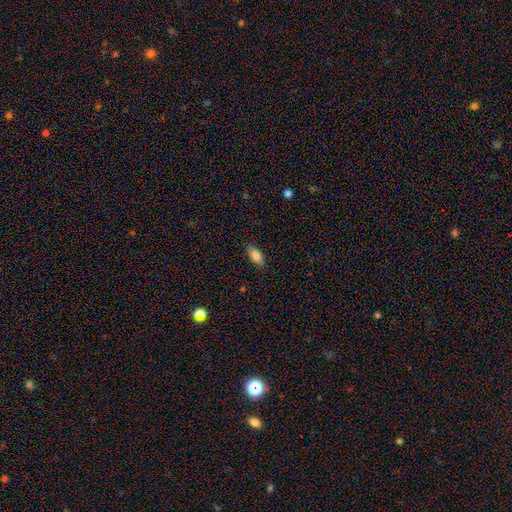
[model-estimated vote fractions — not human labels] Smooth or featured? Predicted: smooth (p=0.84). How rounded? Predicted: in between (p=0.86). Merging? Predicted: none (p=0.86).